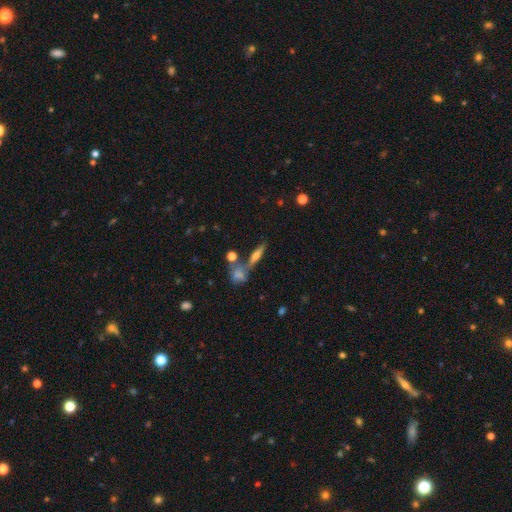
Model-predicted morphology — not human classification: type=featured or disk (46%); merging=none (61%).